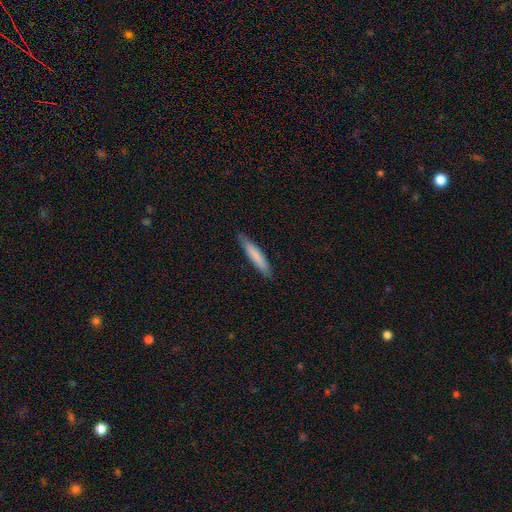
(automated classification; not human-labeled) smooth-or-featured: smooth: 77% | featured or disk: 18% | star or artifact: 5%
  how-rounded: cigar-shaped: 93% | in between: 6% | round: 1%
  merging: none: 89% | minor disturbance: 9% | major disturbance: 2% | merger: 1%